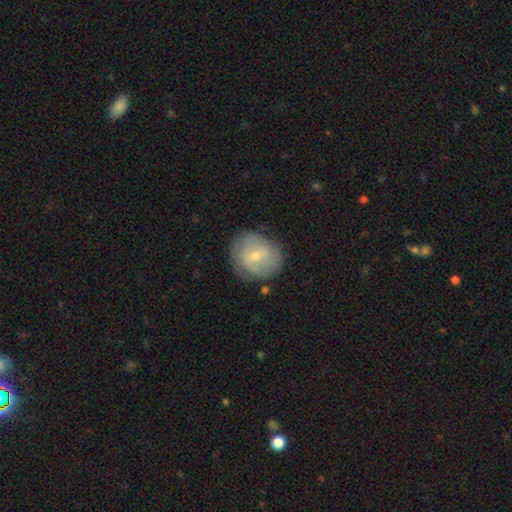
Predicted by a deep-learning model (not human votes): A featured or disk galaxy (50%).

Vote fractions:
- Smooth or featured? featured or disk: 50% / smooth: 42% / star or artifact: 7%
- Edge-on disk? no: 96% / yes: 4%
- Merging? none: 76% / minor disturbance: 17% / major disturbance: 5% / merger: 2%